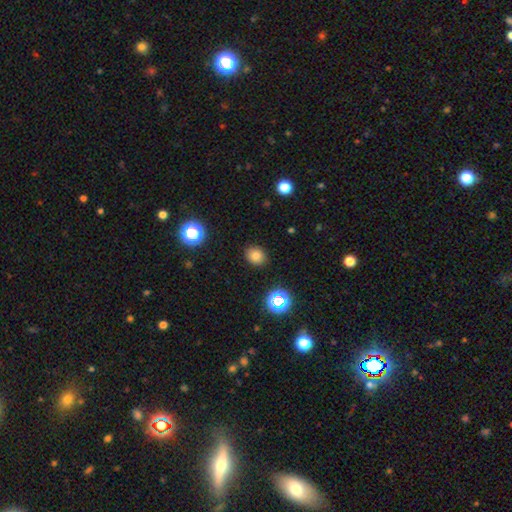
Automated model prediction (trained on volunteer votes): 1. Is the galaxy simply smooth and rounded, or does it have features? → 78% smooth, 16% star or artifact, 7% featured or disk.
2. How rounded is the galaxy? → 68% round, 31% in between, 1% cigar-shaped.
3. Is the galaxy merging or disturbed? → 89% none, 8% minor disturbance, 2% major disturbance, 1% merger.